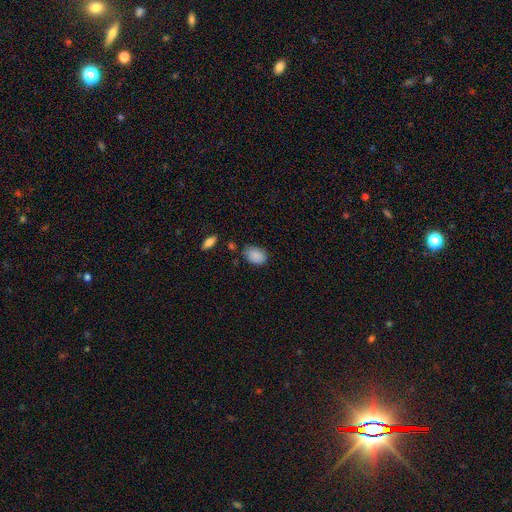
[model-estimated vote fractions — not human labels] Smooth or featured: smooth — 88% (star or artifact — 7%)
How rounded: in between — 77% (round — 21%)
Merging: none — 73% (minor disturbance — 20%)